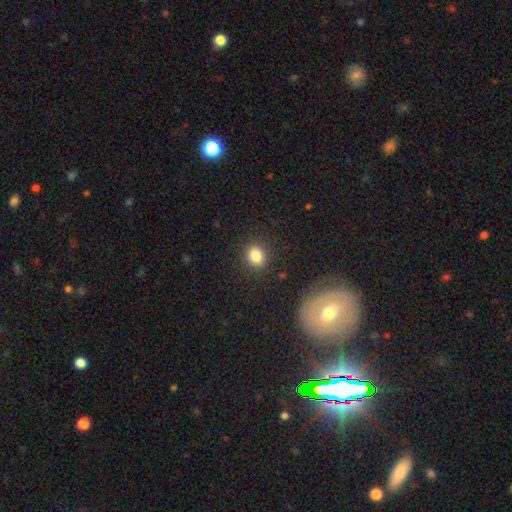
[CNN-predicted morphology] type=smooth (83%); roundness=round (73%); merging=none (88%).